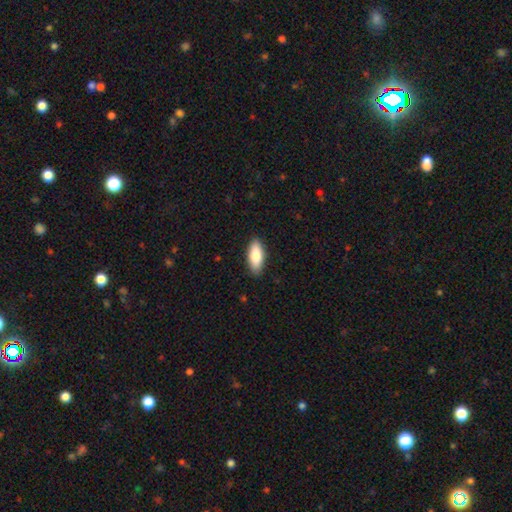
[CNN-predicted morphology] smooth 83%, featured or disk 11%, star or artifact 6%. Down the decision tree: how rounded — in between (80%); merging — none (88%).